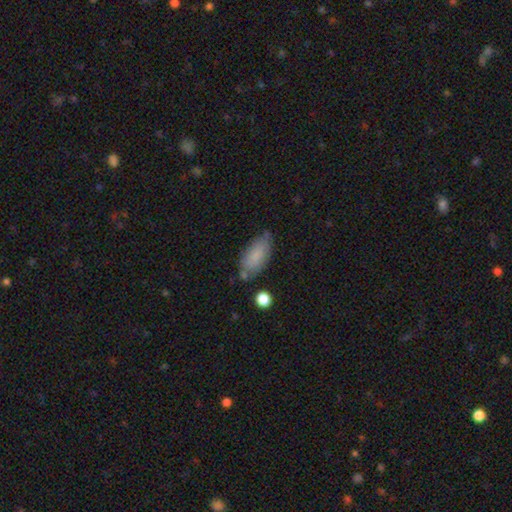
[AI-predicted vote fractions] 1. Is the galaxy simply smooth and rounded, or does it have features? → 83% smooth, 10% featured or disk, 7% star or artifact.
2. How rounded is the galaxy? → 86% in between, 11% cigar-shaped, 2% round.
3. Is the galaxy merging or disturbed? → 64% none, 24% minor disturbance, 6% merger, 6% major disturbance.